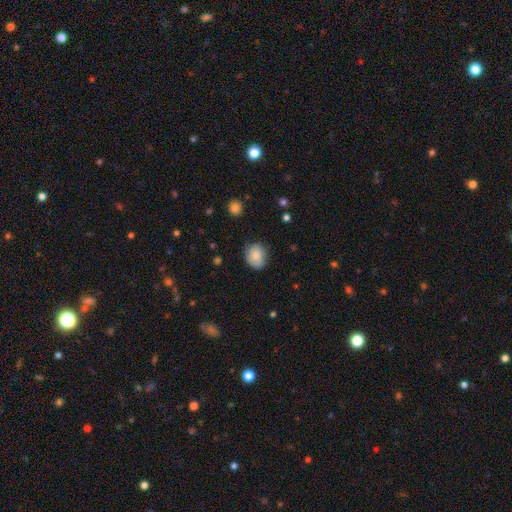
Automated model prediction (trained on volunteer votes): Smooth or featured? smooth (81%)
How rounded? round (62%)
Merging? none (73%)